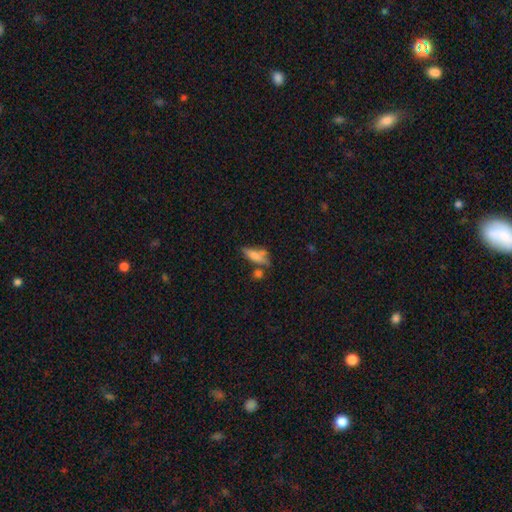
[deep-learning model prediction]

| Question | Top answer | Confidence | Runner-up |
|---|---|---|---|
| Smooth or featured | smooth | 68% | featured or disk (23%) |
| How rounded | in between | 60% | cigar-shaped (37%) |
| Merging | none | 42% | merger (24%) |